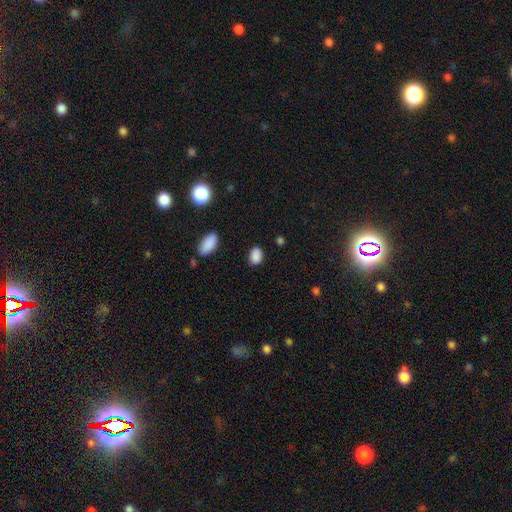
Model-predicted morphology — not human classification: This is clearly a smooth galaxy (88%). How rounded: likely in between (74%). Merging: clearly none (84%).